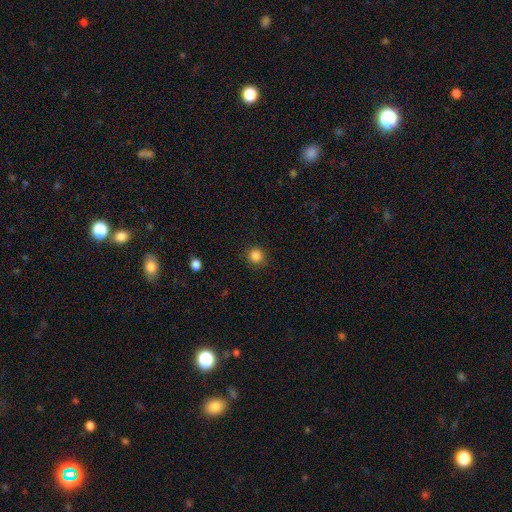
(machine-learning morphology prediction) Smooth or featured? smooth (85%)
How rounded? round (93%)
Merging? none (88%)